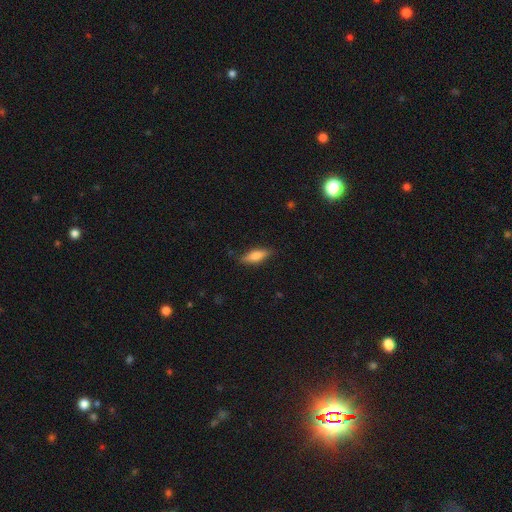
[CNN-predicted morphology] The model was most divided on "how rounded": in between: 54%, cigar-shaped: 44%, round: 2%. More confident: merging — none (80%); smooth or featured — smooth (72%).